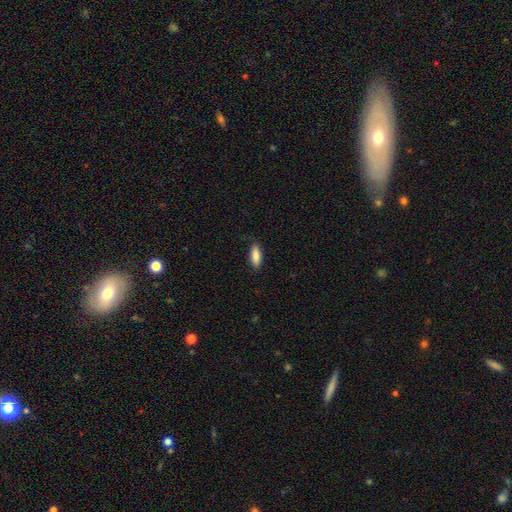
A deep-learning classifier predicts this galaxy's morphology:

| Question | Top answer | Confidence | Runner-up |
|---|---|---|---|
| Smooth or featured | smooth | 86% | featured or disk (8%) |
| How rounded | in between | 69% | cigar-shaped (29%) |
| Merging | none | 80% | minor disturbance (16%) |